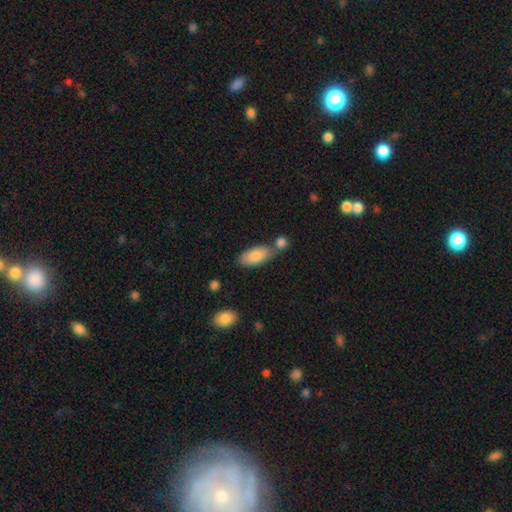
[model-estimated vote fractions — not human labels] smooth 85%, featured or disk 9%, star or artifact 6%. Down the decision tree: how rounded — in between (87%); merging — none (57%).